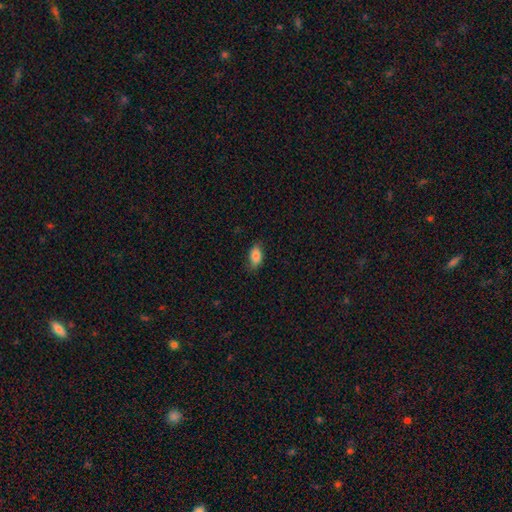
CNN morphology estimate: Smooth or featured? smooth (84%)
How rounded? in between (91%)
Merging? none (76%)